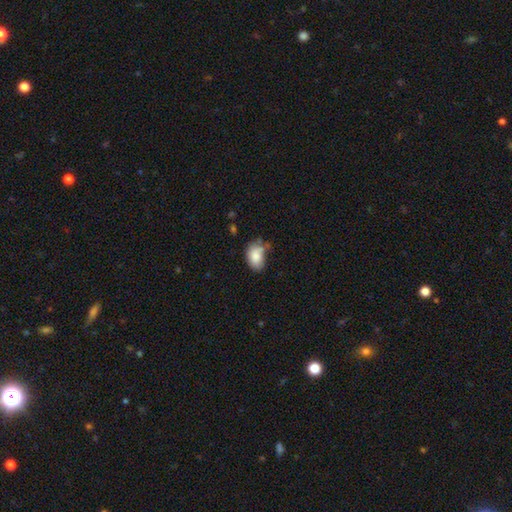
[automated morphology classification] smooth_or_featured: smooth (p=0.84) [alt: featured or disk p=0.09]
how_rounded: in between (p=0.86) [alt: round p=0.13]
merging: none (p=0.49) [alt: minor disturbance p=0.31]